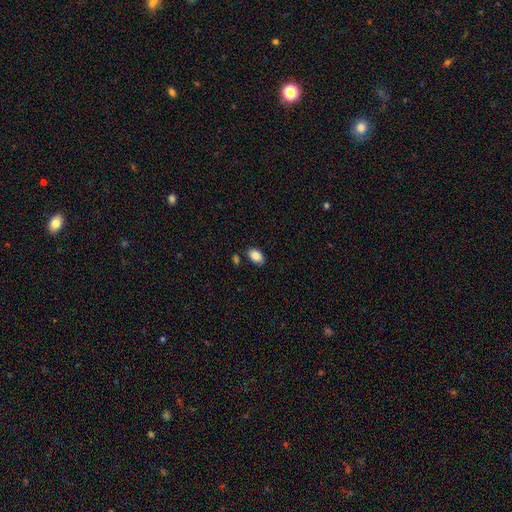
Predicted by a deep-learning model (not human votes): This is clearly a smooth galaxy (86%). How rounded: clearly in between (90%). Merging: likely none (79%).